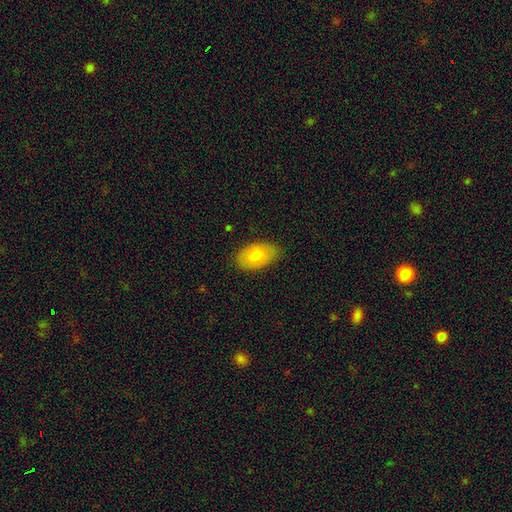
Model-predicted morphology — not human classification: smooth-or-featured: smooth: 77% | featured or disk: 16% | star or artifact: 7%
  how-rounded: in between: 91% | round: 7% | cigar-shaped: 1%
  merging: none: 79% | minor disturbance: 17% | major disturbance: 3% | merger: 1%